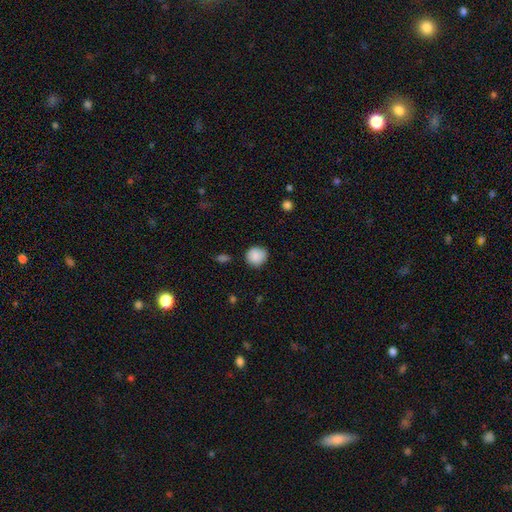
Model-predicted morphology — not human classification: Overall: smooth (88%). How rounded: round (89%). Merging: none (84%).